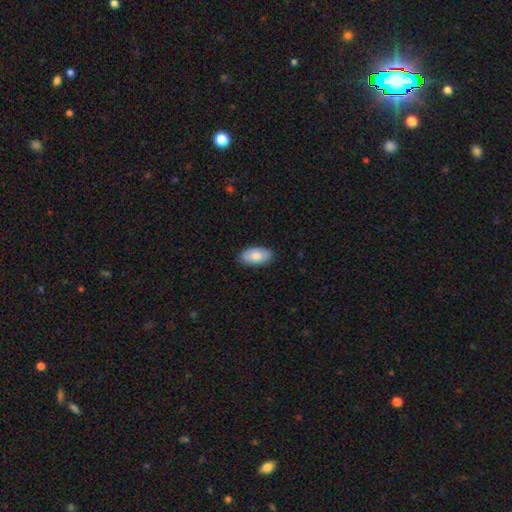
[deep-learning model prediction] Q: Smooth or featured?
A: smooth (83%); runner-up: featured or disk (11%)
Q: How rounded?
A: in between (95%); runner-up: round (3%)
Q: Merging?
A: none (86%); runner-up: minor disturbance (11%)